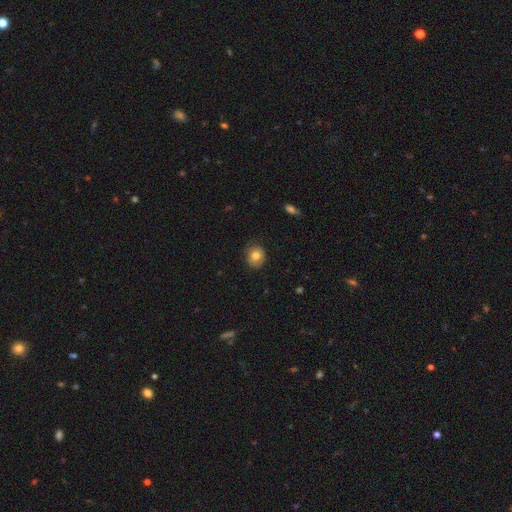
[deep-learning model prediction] Smooth or featured? Predicted: smooth (p=0.80). How rounded? Predicted: round (p=0.75). Merging? Predicted: none (p=0.79).